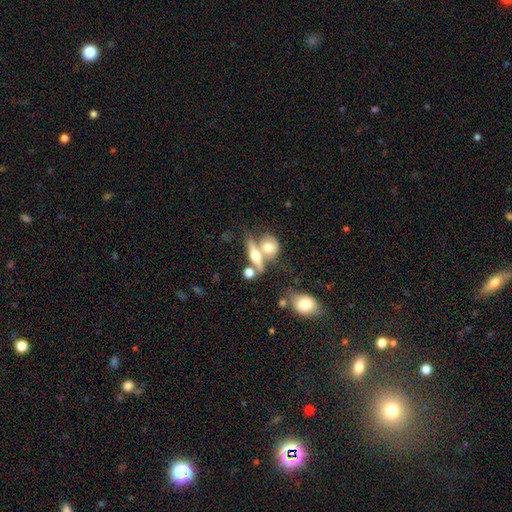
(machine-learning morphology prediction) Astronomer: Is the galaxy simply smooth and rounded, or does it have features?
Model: featured or disk — 53% (runner-up: smooth, 39%).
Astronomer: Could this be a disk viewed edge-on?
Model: yes — 81%.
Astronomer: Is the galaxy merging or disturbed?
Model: merger — 42%, tied with none at 42%.